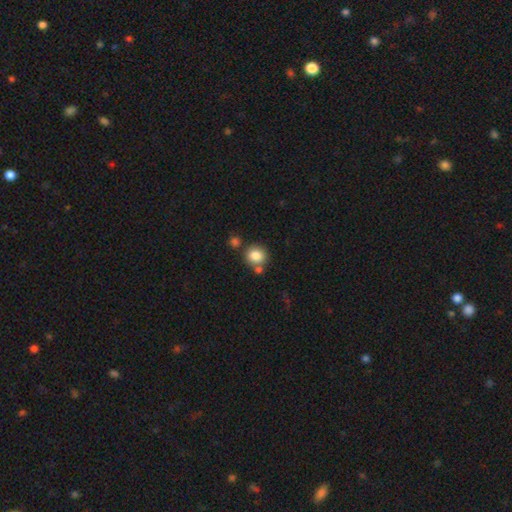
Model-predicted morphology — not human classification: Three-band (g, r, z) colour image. It shows a smooth galaxy with no disk features (84%) that is round (80%). Merging: none (67%).